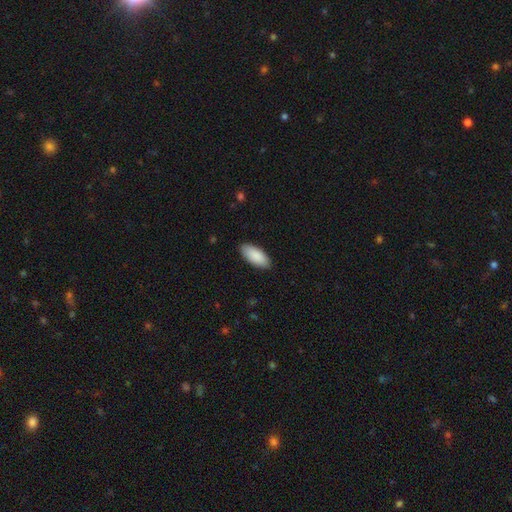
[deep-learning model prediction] A smooth galaxy with no disk features (91%) that is in between round and cigar-shaped (89%).

Vote fractions:
- Smooth or featured? smooth: 91% / star or artifact: 5% / featured or disk: 4%
- How rounded? in between: 89% / cigar-shaped: 10% / round: 1%
- Merging? none: 89% / minor disturbance: 9% / major disturbance: 2% / merger: 1%